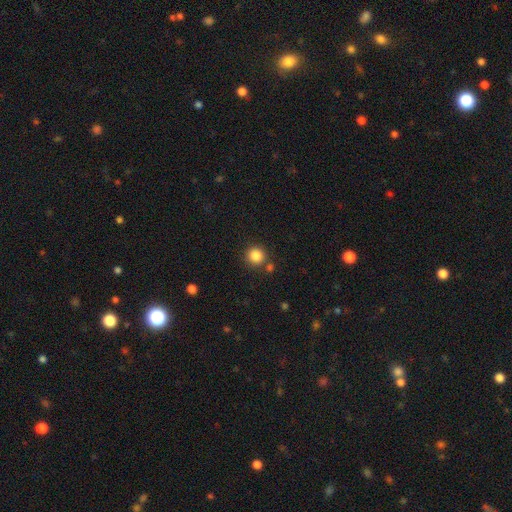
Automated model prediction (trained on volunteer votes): Smooth or featured? Predicted: smooth (p=0.85). How rounded? Predicted: round (p=0.93). Merging? Predicted: none (p=0.82).